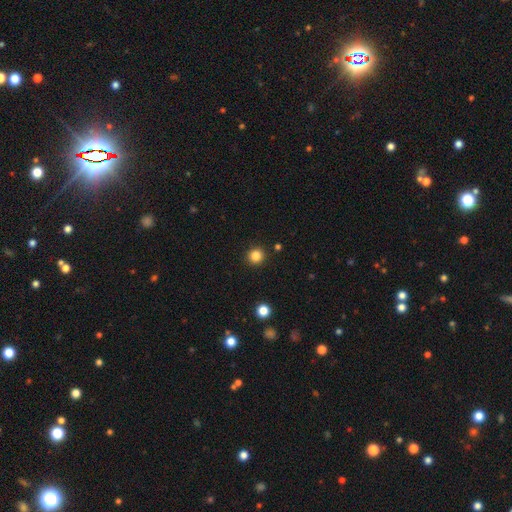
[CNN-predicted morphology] This appears to be a smooth galaxy with no disk features (83%) that is round (94%). Merging: none (92%).